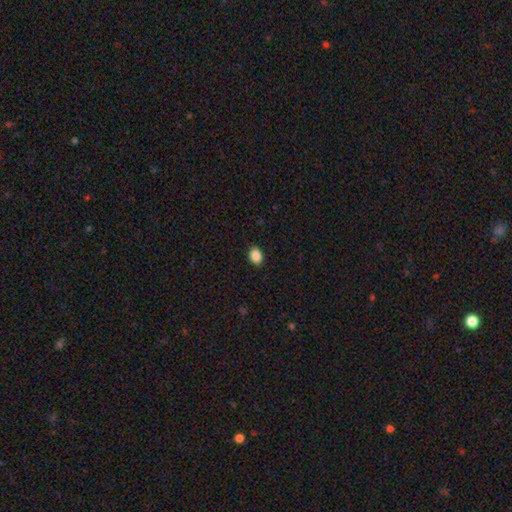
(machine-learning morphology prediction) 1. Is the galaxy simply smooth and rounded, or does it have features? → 88% smooth, 8% star or artifact, 3% featured or disk.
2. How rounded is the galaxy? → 75% in between, 24% round, 1% cigar-shaped.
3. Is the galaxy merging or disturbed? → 90% none, 8% minor disturbance, 2% major disturbance, 1% merger.